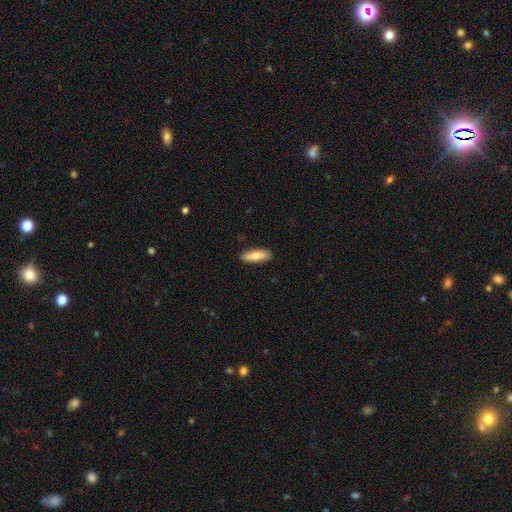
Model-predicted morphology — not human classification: Q: Smooth or featured?
A: smooth (77%); runner-up: featured or disk (18%)
Q: How rounded?
A: cigar-shaped (55%); runner-up: in between (43%)
Q: Merging?
A: none (89%); runner-up: minor disturbance (8%)